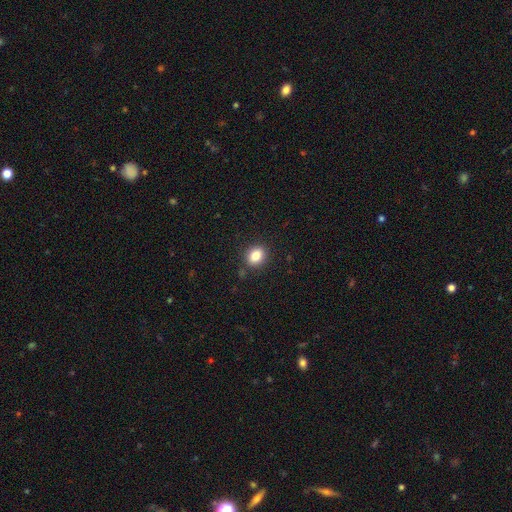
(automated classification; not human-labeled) Overall: smooth (84%). How rounded: in between (50%; round 49%). Merging: none (87%).